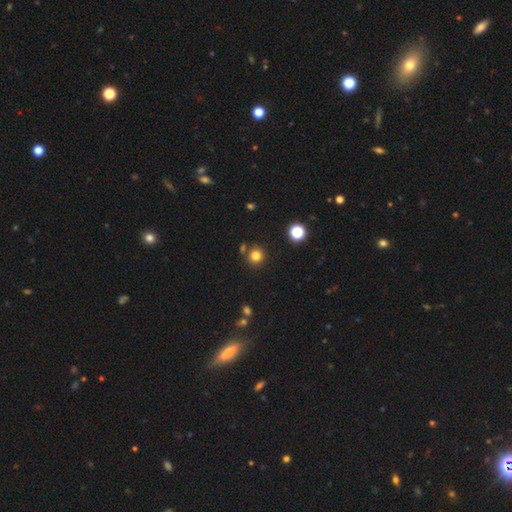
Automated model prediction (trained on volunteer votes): smooth-or-featured: smooth: 80% | star or artifact: 15% | featured or disk: 6%
  how-rounded: round: 92% | in between: 7% | cigar-shaped: 1%
  merging: none: 80% | merger: 9% | minor disturbance: 8% | major disturbance: 3%